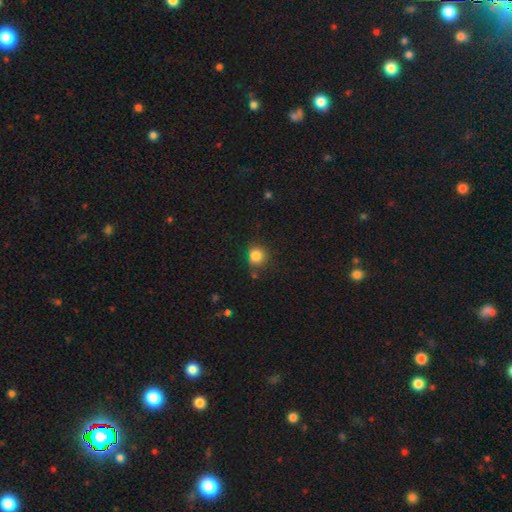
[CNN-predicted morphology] smooth 83%, star or artifact 11%, featured or disk 5%. Down the decision tree: how rounded — round (87%); merging — none (73%).